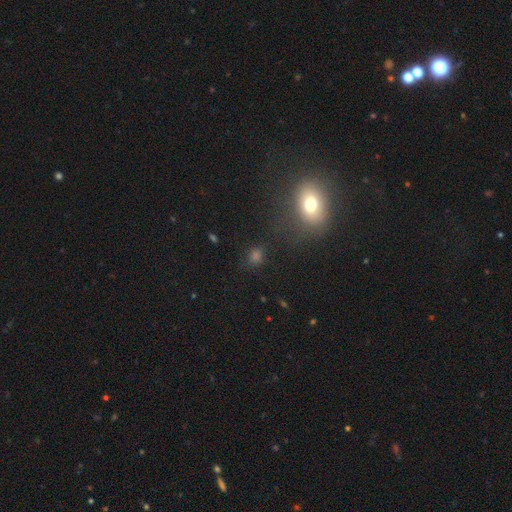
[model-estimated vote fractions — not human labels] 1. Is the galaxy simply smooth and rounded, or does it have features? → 61% smooth, 29% star or artifact, 10% featured or disk.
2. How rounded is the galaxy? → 65% round, 33% in between, 2% cigar-shaped.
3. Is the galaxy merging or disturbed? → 74% none, 14% minor disturbance, 8% major disturbance, 5% merger.